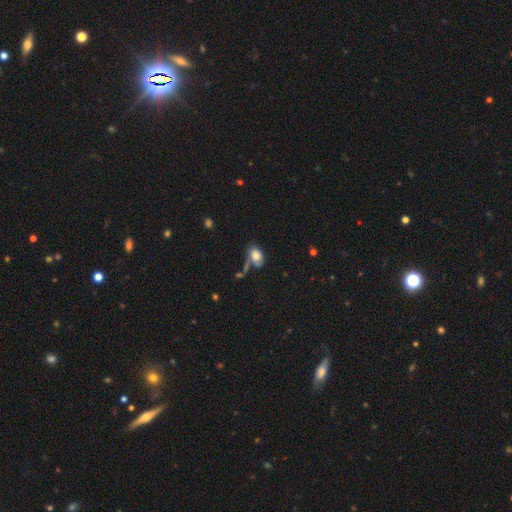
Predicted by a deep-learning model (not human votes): Smooth or featured? smooth (78%)
How rounded? in between (80%)
Merging? none (45%)